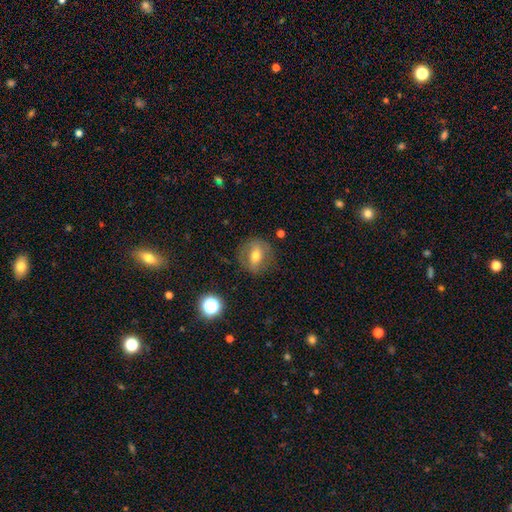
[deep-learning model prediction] Smooth or featured: smooth — 51% (featured or disk — 38%)
How rounded: round — 62% (in between — 36%)
Merging: none — 76% (minor disturbance — 15%)